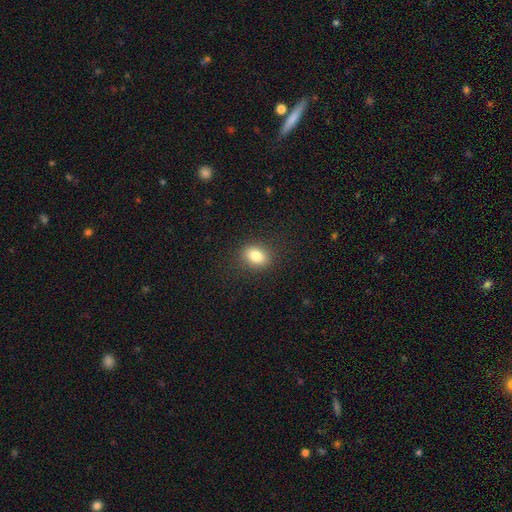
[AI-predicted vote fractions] This is clearly a smooth galaxy (84%). How rounded: possibly in between (59%). Merging: clearly none (87%).